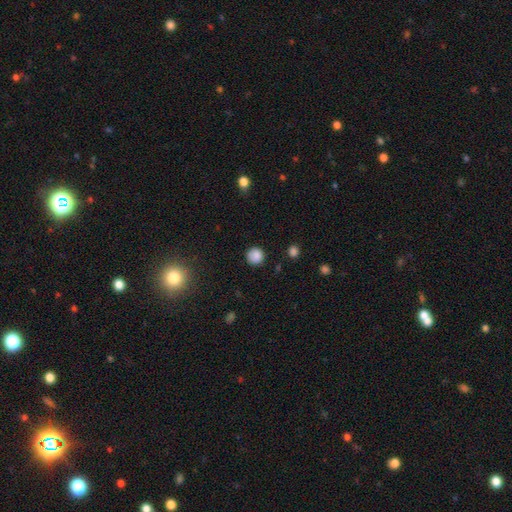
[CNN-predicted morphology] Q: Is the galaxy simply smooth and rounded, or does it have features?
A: smooth — 85%.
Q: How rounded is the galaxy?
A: round — 92%.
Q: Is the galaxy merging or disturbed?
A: none — 87%.